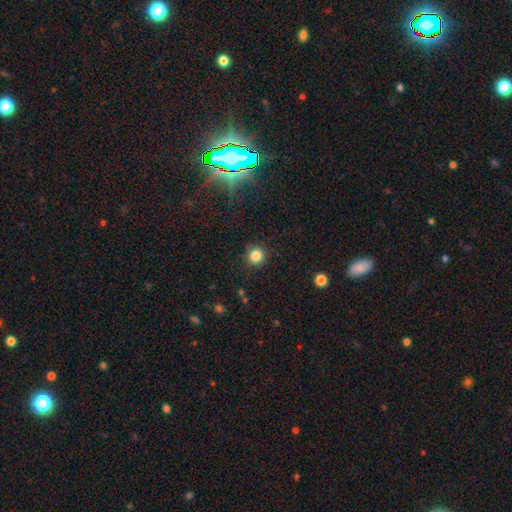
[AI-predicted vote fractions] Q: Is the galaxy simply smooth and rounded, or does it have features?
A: smooth — 83%.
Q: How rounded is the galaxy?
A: round — 93%.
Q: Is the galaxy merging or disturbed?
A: none — 89%.